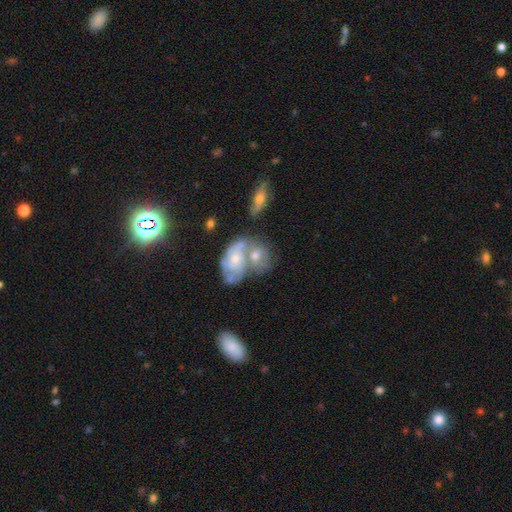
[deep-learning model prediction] This appears to be a featured or disk galaxy (59%) with no bar (78%), spiral arms (59%) and a moderate central bulge (48%). Merging: merger (62%).